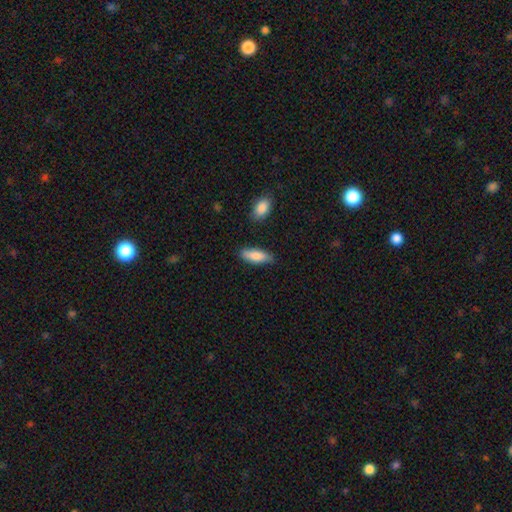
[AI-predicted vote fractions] Q: Smooth or featured?
A: smooth (84%); runner-up: featured or disk (10%)
Q: How rounded?
A: in between (64%); runner-up: cigar-shaped (34%)
Q: Merging?
A: none (82%); runner-up: minor disturbance (13%)